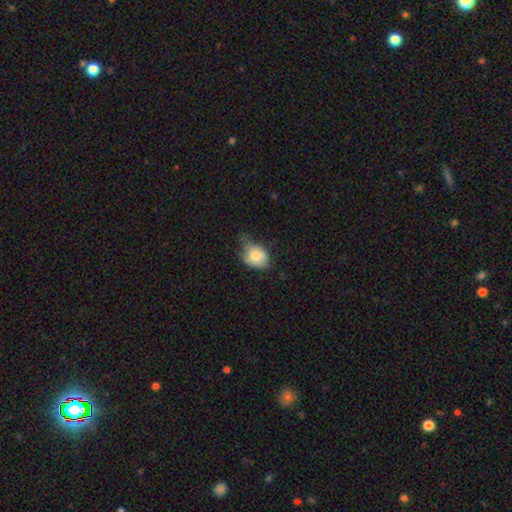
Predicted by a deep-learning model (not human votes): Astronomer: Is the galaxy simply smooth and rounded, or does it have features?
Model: smooth — 77%.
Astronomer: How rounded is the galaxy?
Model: in between — 51% (runner-up: round, 48%).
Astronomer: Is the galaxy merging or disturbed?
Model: minor disturbance — 47% (runner-up: none, 34%).